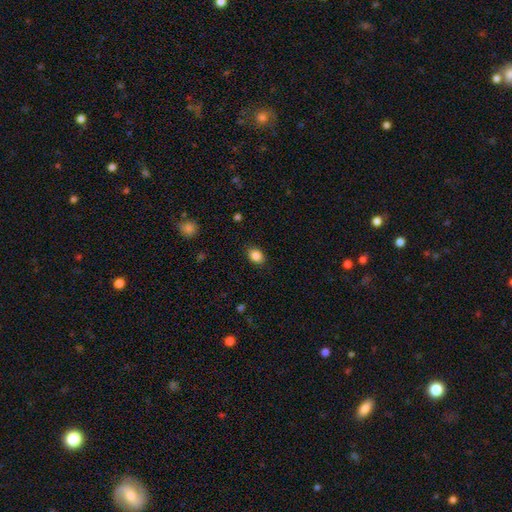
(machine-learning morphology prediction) Smooth or featured? Predicted: smooth (p=0.87). How rounded? Predicted: in between (p=0.71). Merging? Predicted: none (p=0.87).